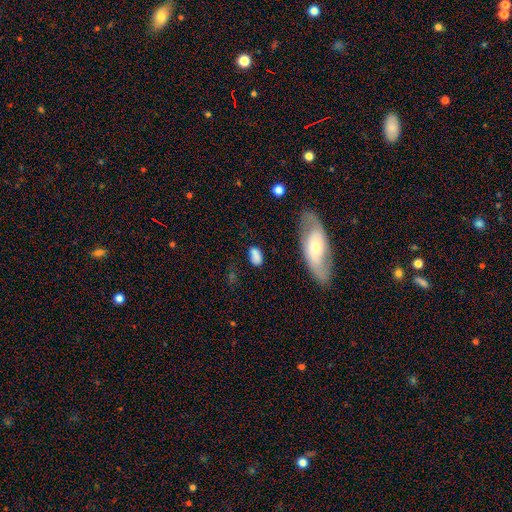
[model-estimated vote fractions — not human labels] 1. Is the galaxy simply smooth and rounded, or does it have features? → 77% smooth, 14% featured or disk, 10% star or artifact.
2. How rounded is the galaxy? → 87% in between, 9% round, 4% cigar-shaped.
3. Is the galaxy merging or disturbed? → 63% none, 21% minor disturbance, 9% major disturbance, 7% merger.